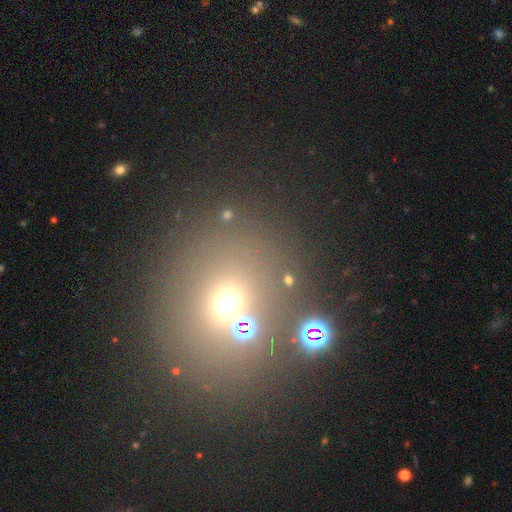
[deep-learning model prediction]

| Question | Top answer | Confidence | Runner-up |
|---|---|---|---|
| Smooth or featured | smooth | 54% | star or artifact (29%) |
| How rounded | round | 77% | in between (22%) |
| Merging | none | 61% | merger (25%) |